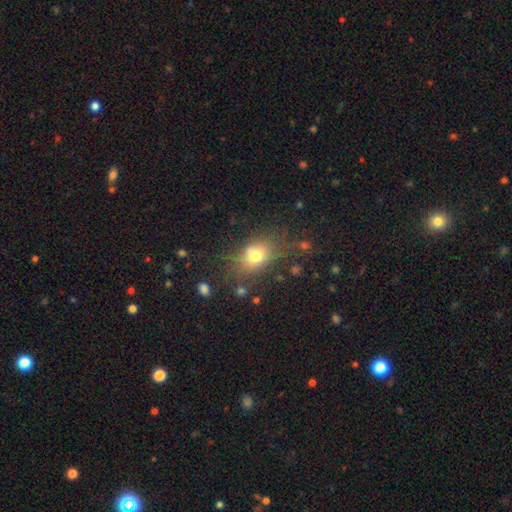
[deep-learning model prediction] Morphology: type=smooth (73%); roundness=in between (65%); merging=none (64%).